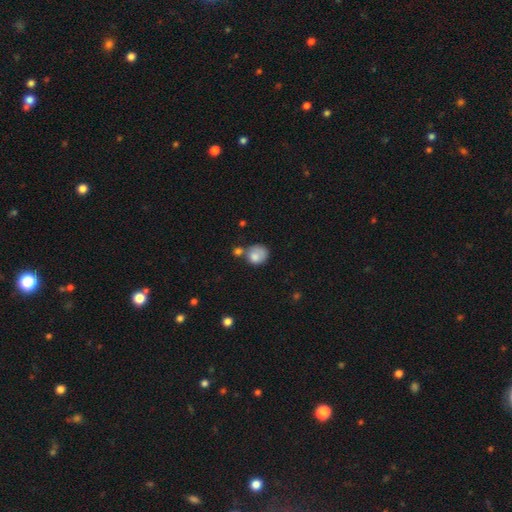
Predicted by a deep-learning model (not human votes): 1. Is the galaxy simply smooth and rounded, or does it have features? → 78% smooth, 14% featured or disk, 8% star or artifact.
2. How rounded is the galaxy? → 72% round, 27% in between, 1% cigar-shaped.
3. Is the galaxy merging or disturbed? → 39% none, 29% merger, 21% minor disturbance, 11% major disturbance.